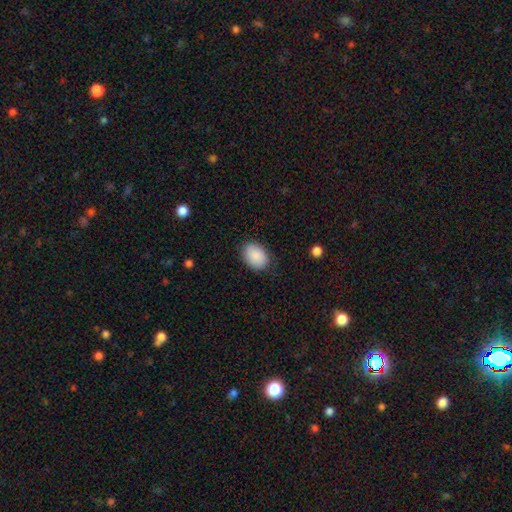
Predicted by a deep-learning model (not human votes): A smooth galaxy with no disk features (90%) that is in between round and cigar-shaped (73%). Merging: none (84%).